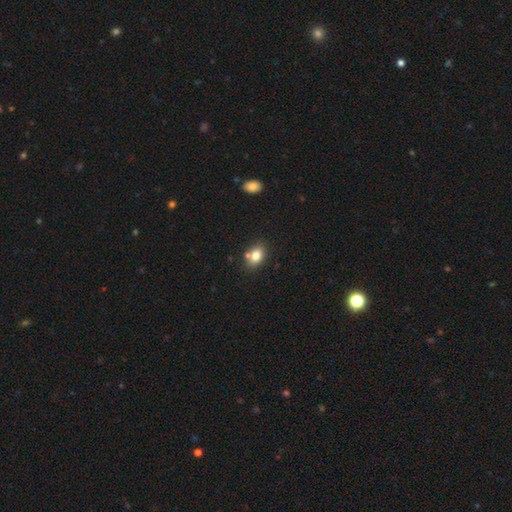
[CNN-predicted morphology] The model was most divided on "how rounded": in between: 71%, round: 28%, cigar-shaped: 1%. More confident: smooth or featured — smooth (79%); merging — none (68%).